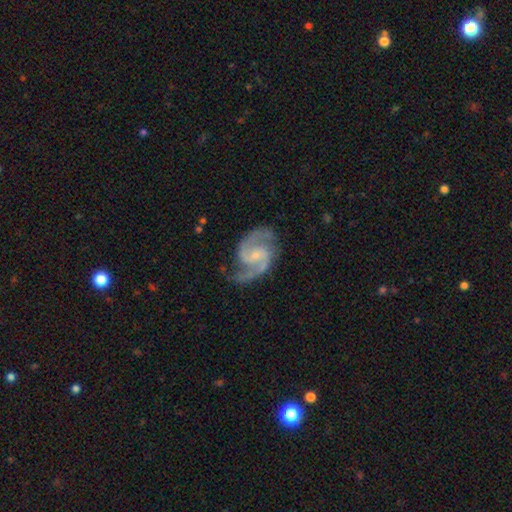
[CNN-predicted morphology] Smooth or featured: featured or disk — 93% (star or artifact — 4%)
Edge-on disk: no — 98% (yes — 2%)
Bar: weak — 47% (no — 40%)
Spiral arms: yes — 98% (no — 2%)
Spiral winding: medium — 65% (loose — 19%)
Spiral arm count: 2 — 92% (3 — 2%)
Bulge size: small — 69% (moderate — 20%)
Merging: none — 76% (minor disturbance — 16%)